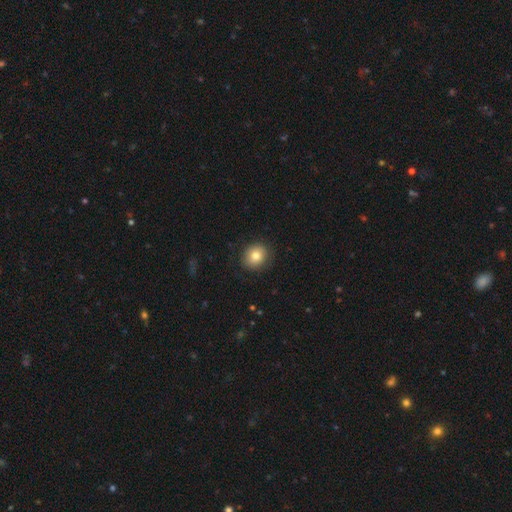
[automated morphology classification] smooth-or-featured: smooth: 80% | featured or disk: 10% | star or artifact: 10%
  how-rounded: round: 71% | in between: 28% | cigar-shaped: 1%
  merging: none: 87% | minor disturbance: 9% | major disturbance: 3% | merger: 1%